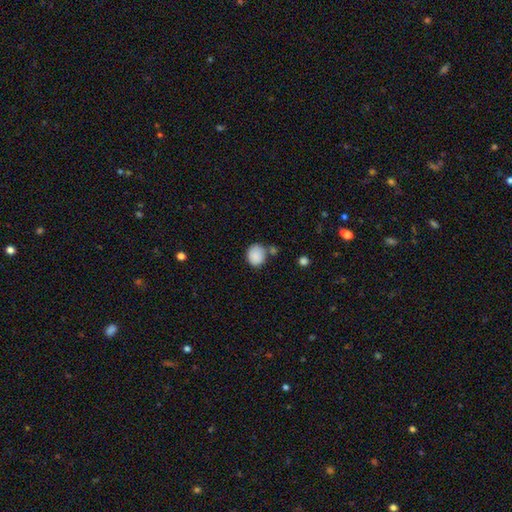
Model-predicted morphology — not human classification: Overall: smooth (88%). How rounded: round (72%). Merging: none (63%).